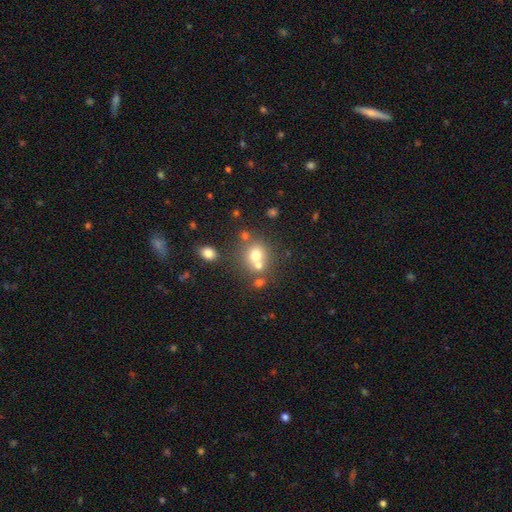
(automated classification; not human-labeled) This is likely a smooth galaxy (68%). How rounded: likely round (80%). Merging: possibly none (50%).